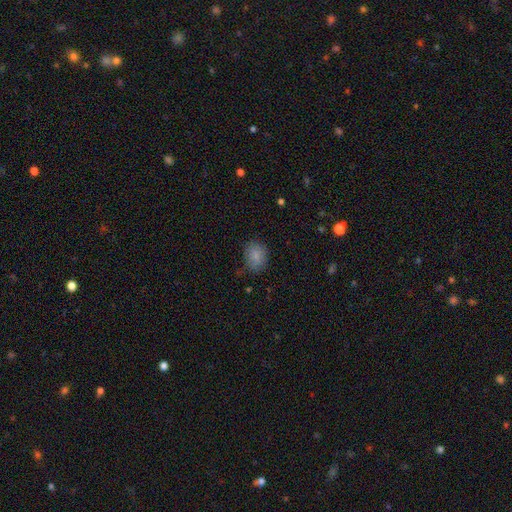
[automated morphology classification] Smooth or featured? Predicted: smooth (p=0.84). How rounded? Predicted: in between (p=0.59). Merging? Predicted: none (p=0.73).